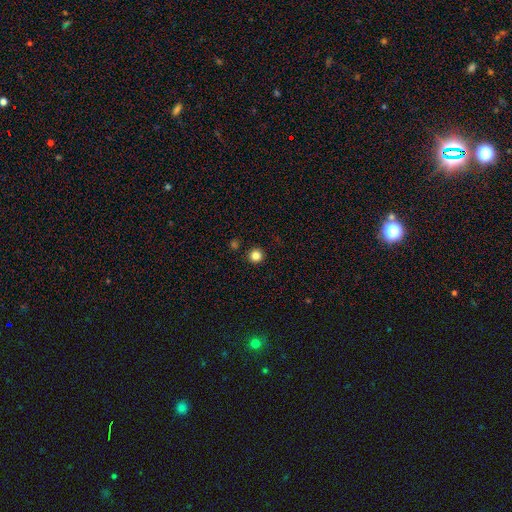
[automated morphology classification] The model was most divided on "smooth or featured": smooth: 84%, star or artifact: 12%, featured or disk: 4%. More confident: how rounded — round (95%); merging — none (92%).